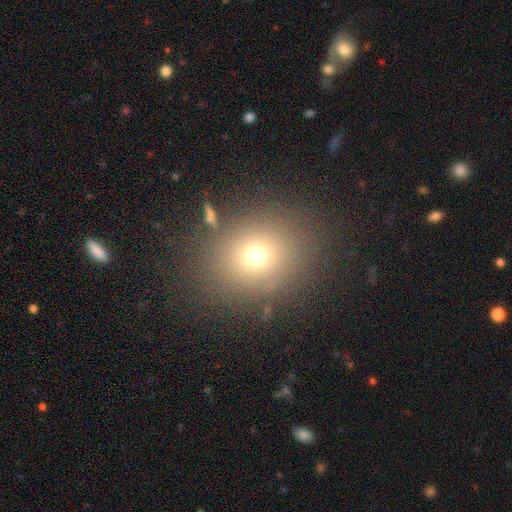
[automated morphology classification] Smooth or featured?
  - smooth: 69% *
  - star or artifact: 20%
  - featured or disk: 11%
How rounded?
  - round: 68% *
  - in between: 31%
  - cigar-shaped: 1%
Merging?
  - none: 83% *
  - minor disturbance: 9%
  - major disturbance: 5%
  - merger: 4%